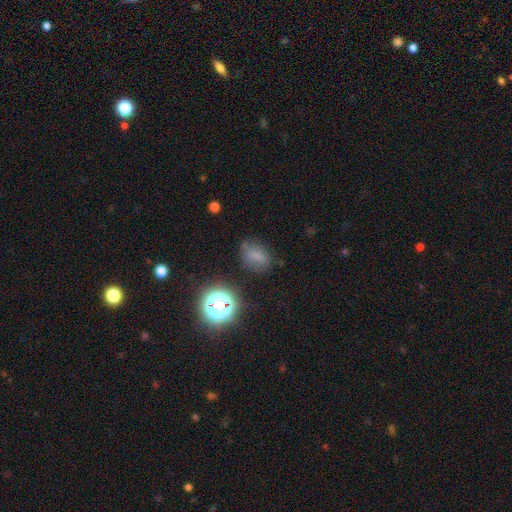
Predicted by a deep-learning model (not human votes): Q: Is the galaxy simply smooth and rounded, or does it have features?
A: smooth — 65%.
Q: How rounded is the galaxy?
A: in between — 69%.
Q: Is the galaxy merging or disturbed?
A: none — 64%.